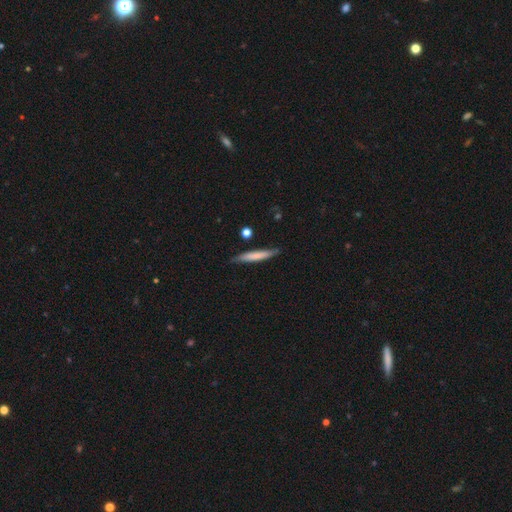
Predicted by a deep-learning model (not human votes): Smooth or featured? smooth (70%)
How rounded? cigar-shaped (93%)
Merging? none (81%)